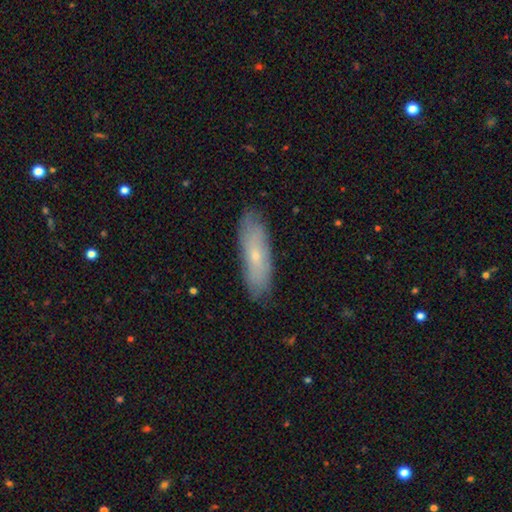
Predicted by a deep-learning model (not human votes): smooth-or-featured: smooth: 55% | featured or disk: 38% | star or artifact: 7%
  how-rounded: cigar-shaped: 57% | in between: 41% | round: 2%
  merging: none: 84% | minor disturbance: 13% | major disturbance: 2% | merger: 1%